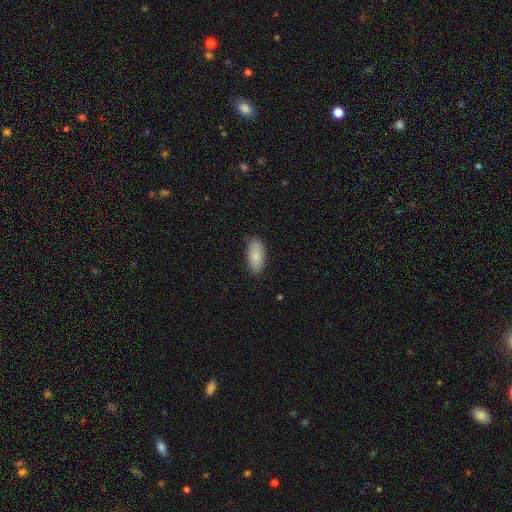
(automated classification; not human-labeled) The model was most divided on "merging": none: 85%, minor disturbance: 12%, major disturbance: 2%, merger: 1%. More confident: how rounded — in between (90%); smooth or featured — smooth (87%).